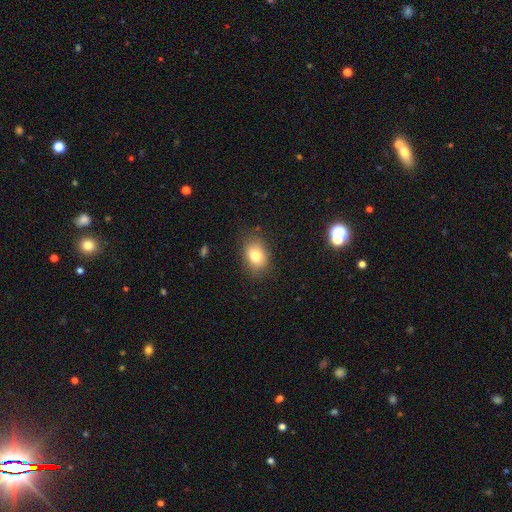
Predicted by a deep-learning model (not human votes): A smooth galaxy with no disk features (79%) that is in between round and cigar-shaped (73%).

Vote fractions:
- Smooth or featured? smooth: 79% / featured or disk: 11% / star or artifact: 10%
- How rounded? in between: 73% / round: 26% / cigar-shaped: 1%
- Merging? none: 81% / minor disturbance: 14% / major disturbance: 4% / merger: 1%